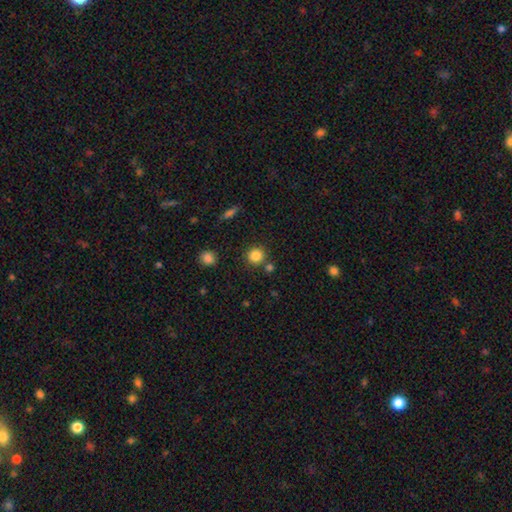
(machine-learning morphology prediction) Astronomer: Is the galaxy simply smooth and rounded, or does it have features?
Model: smooth — 84%.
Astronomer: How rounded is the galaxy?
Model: round — 91%.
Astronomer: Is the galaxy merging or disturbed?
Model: none — 79%.